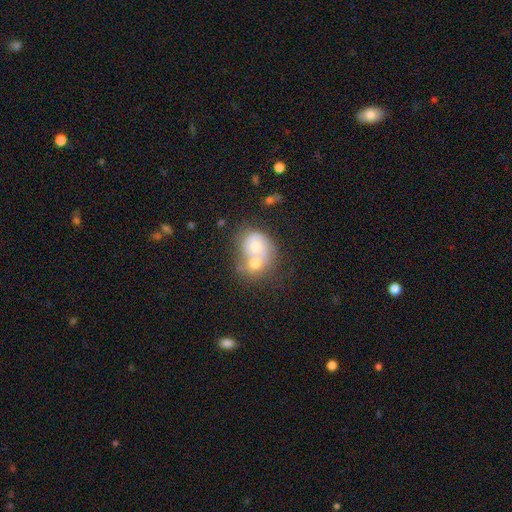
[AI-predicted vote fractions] This is possibly a featured or disk galaxy (45%, tied with smooth). Merging: likely merger (69%).